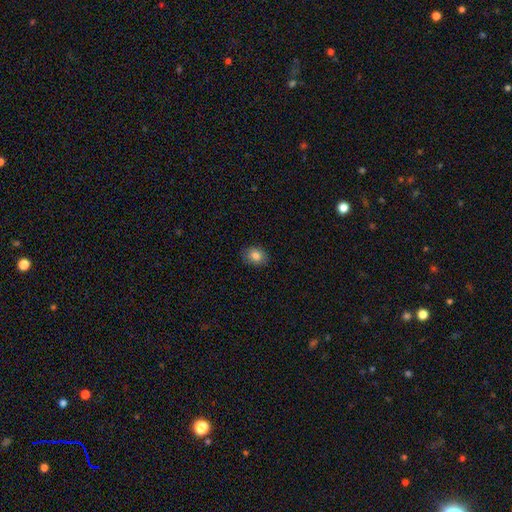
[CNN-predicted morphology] Smooth or featured?
  - smooth: 84% *
  - star or artifact: 9%
  - featured or disk: 7%
How rounded?
  - in between: 61% *
  - round: 38%
  - cigar-shaped: 1%
Merging?
  - none: 87% *
  - minor disturbance: 10%
  - major disturbance: 2%
  - merger: 1%